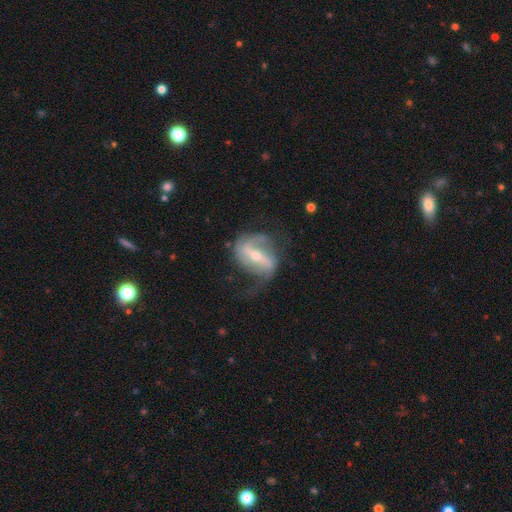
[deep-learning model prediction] featured or disk 83%, smooth 11%, star or artifact 6%. Down the decision tree: edge-on disk — no (92%); bar — strong (66%); spiral arms — yes (85%); spiral arm count — 2 (79%); spiral winding — loose (53%); bulge size — small (58%); merging — none (51%).